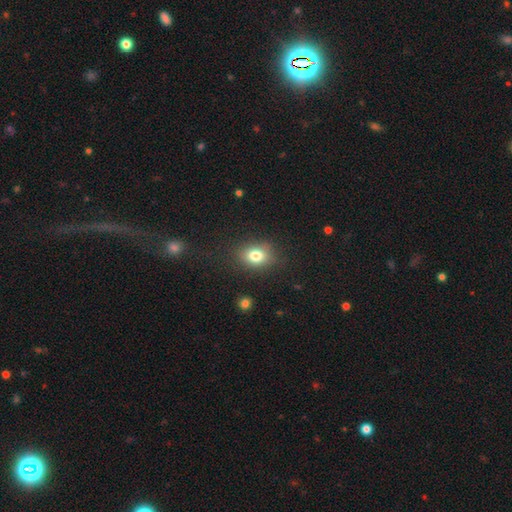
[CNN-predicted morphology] Smooth or featured?
  - smooth: 79% *
  - star or artifact: 11%
  - featured or disk: 9%
How rounded?
  - in between: 60% *
  - round: 39%
  - cigar-shaped: 1%
Merging?
  - none: 81% *
  - minor disturbance: 13%
  - major disturbance: 5%
  - merger: 2%